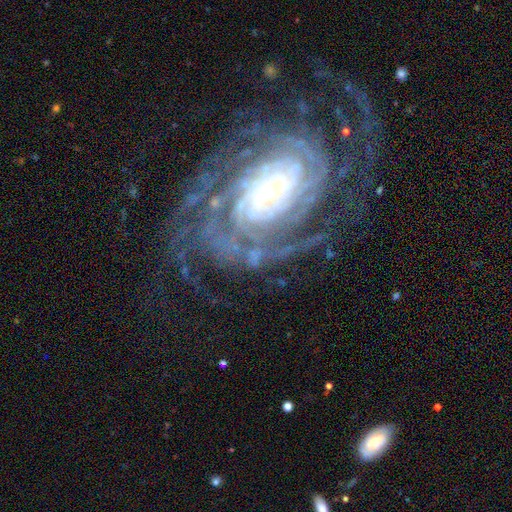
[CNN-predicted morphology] type=featured or disk (90%); edge-on=no (96%); bar=weak (39%); spiral arms=yes (98%); winding=tight (77%); arm count=can't tell (24%); bulge=small (58%); merging=none (68%).